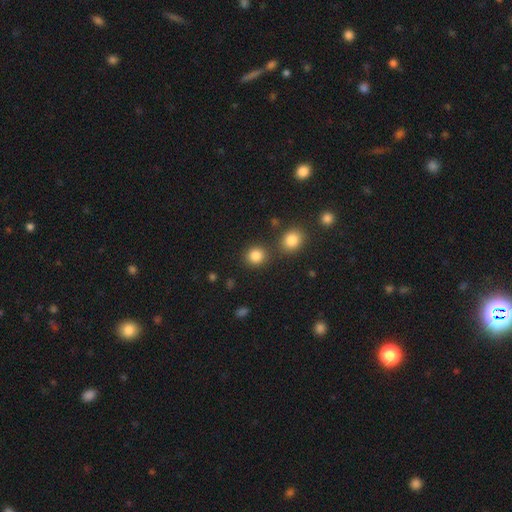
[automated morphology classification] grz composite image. It shows a smooth galaxy with no disk features (84%) that is round (85%). Merging: none (78%).